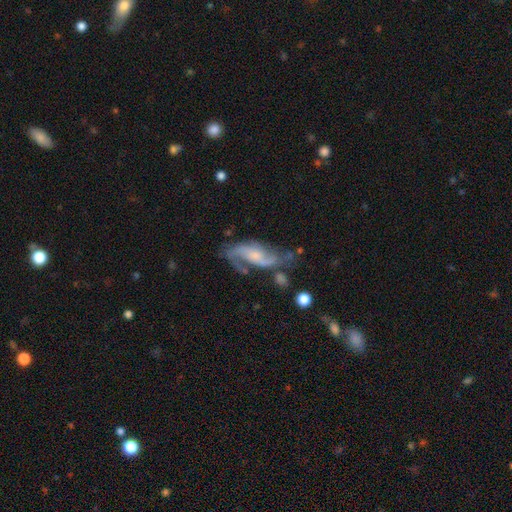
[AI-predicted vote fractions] Smooth or featured? featured or disk (83%)
Edge-on disk? no (93%)
Bar? no (51%)
Spiral arms? yes (94%)
Spiral winding? loose (47%)
Spiral arm count? 2 (85%)
Bulge size? small (47%)
Merging? none (50%)